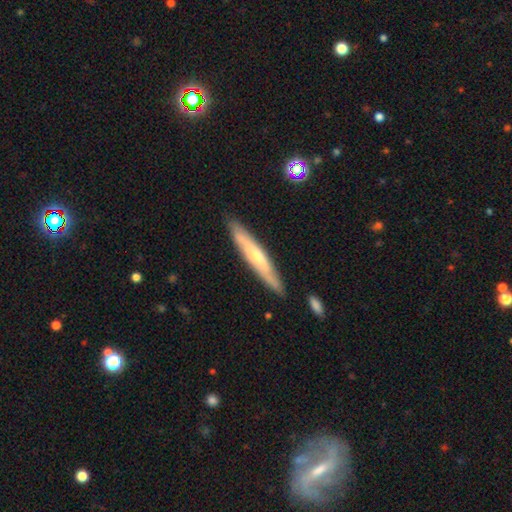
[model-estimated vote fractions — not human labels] Q: Smooth or featured?
A: featured or disk (52%); runner-up: smooth (42%)
Q: Edge-on disk?
A: yes (83%); runner-up: no (17%)
Q: Merging?
A: none (86%); runner-up: minor disturbance (10%)